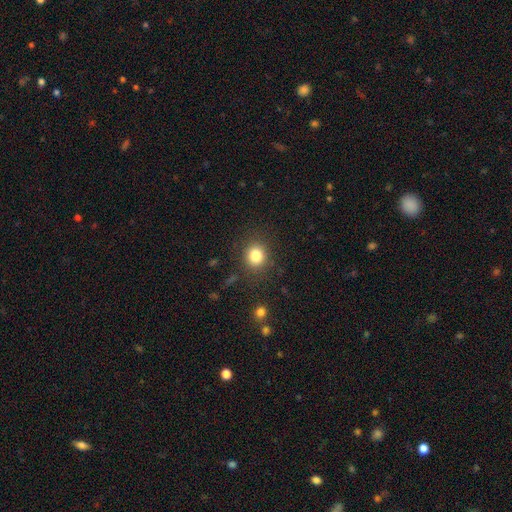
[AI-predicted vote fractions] This appears to be a smooth galaxy with no disk features (83%) that is round (80%). Merging: none (86%).